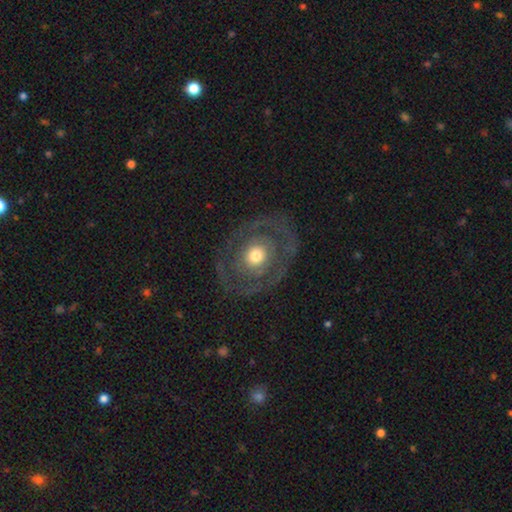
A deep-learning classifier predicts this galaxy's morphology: Q: Smooth or featured?
A: featured or disk (66%); runner-up: smooth (25%)
Q: Edge-on disk?
A: no (95%); runner-up: yes (5%)
Q: Bar?
A: no (84%); runner-up: weak (11%)
Q: Spiral arms?
A: no (55%); runner-up: yes (45%)
Q: Bulge size?
A: moderate (67%); runner-up: small (15%)
Q: Merging?
A: none (81%); runner-up: minor disturbance (11%)